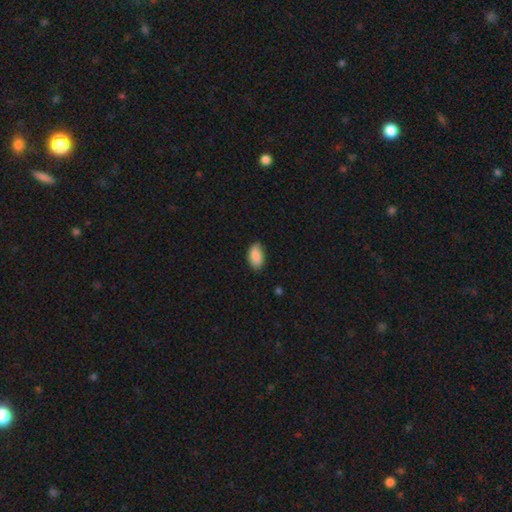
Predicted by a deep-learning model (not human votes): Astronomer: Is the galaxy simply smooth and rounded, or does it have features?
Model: smooth — 87%.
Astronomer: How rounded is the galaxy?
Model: in between — 93%.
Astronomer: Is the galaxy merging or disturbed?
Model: none — 81%.